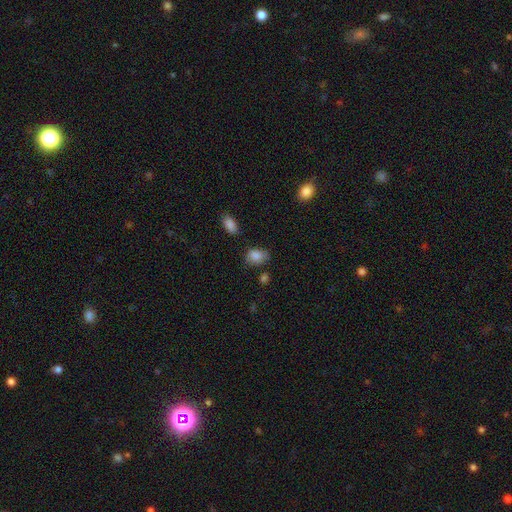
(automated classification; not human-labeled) This is clearly a smooth galaxy (84%). How rounded: likely in between (76%). Merging: possibly none (60%).